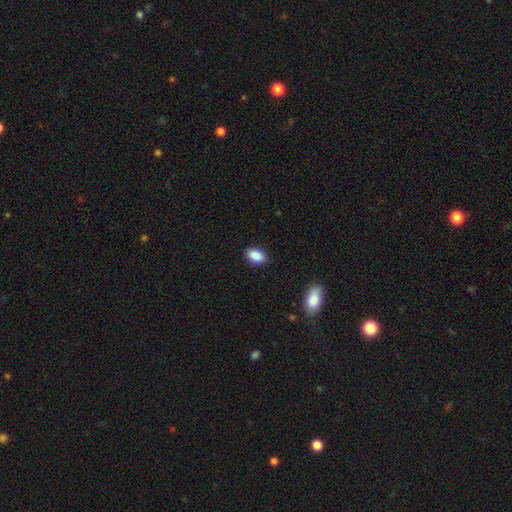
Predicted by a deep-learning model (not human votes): This appears to be a smooth galaxy with no disk features (89%) that is in between round and cigar-shaped (90%). Merging: none (88%).